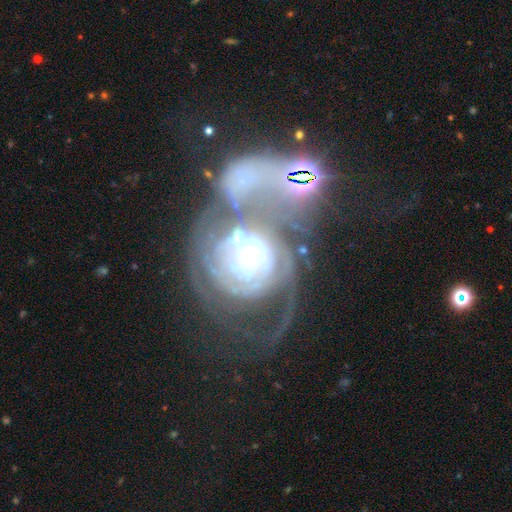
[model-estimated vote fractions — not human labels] Smooth or featured? featured or disk (76%)
Edge-on disk? no (97%)
Bar? no (69%)
Spiral arms? yes (67%)
Bulge size? moderate (41%)
Merging? merger (39%)